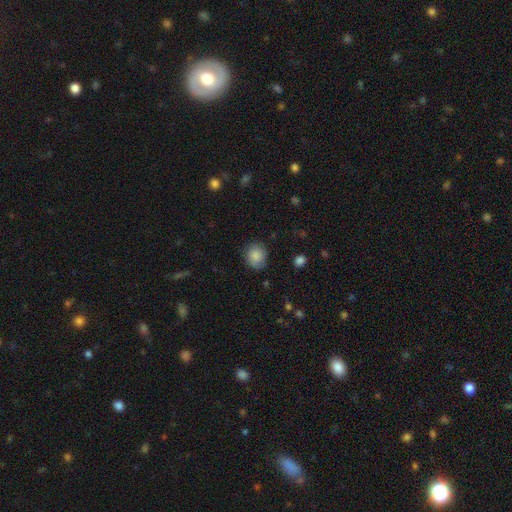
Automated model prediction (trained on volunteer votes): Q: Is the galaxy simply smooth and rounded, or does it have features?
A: smooth — 86%.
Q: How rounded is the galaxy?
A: round — 72%.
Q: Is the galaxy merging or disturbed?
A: none — 77%.